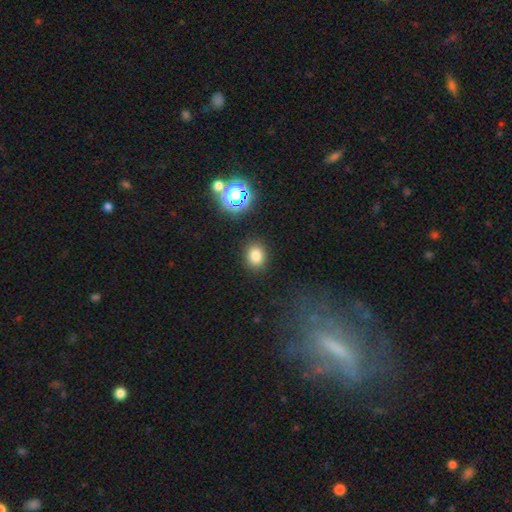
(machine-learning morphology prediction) Smooth or featured? Predicted: smooth (p=0.80). How rounded? Predicted: round (p=0.58). Merging? Predicted: none (p=0.87).